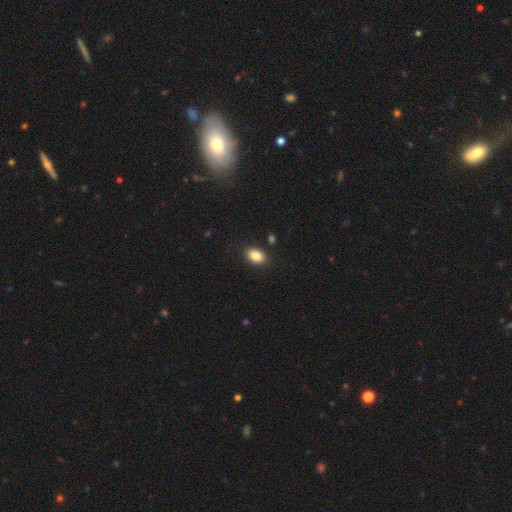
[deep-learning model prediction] The model was most divided on "how rounded": in between: 83%, round: 16%, cigar-shaped: 1%. More confident: merging — none (86%); smooth or featured — smooth (86%).